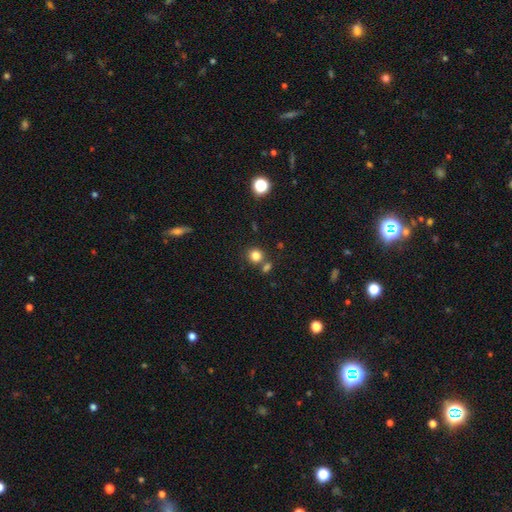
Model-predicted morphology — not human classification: The model was most divided on "merging": none: 69%, merger: 19%, minor disturbance: 9%, major disturbance: 3%. More confident: how rounded — round (87%); smooth or featured — smooth (81%).